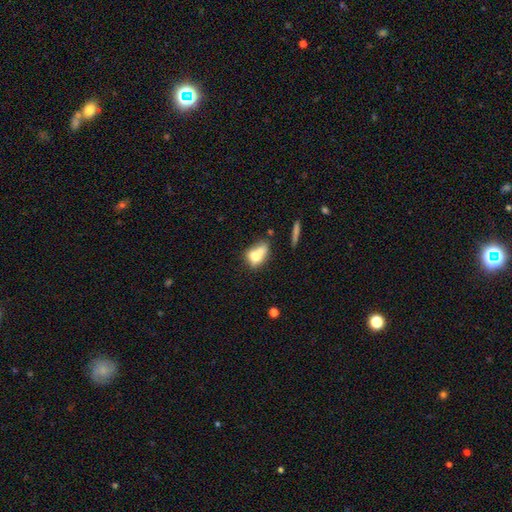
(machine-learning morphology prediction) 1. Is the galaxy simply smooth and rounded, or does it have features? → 66% smooth, 23% featured or disk, 10% star or artifact.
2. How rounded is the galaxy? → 65% in between, 30% round, 5% cigar-shaped.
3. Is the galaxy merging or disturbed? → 45% merger, 27% none, 16% minor disturbance, 12% major disturbance.